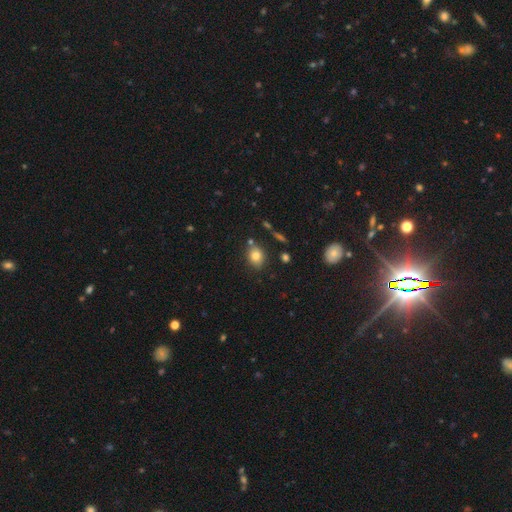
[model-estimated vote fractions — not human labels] A smooth galaxy with no disk features (79%) that is in between round and cigar-shaped (51%).

Vote fractions:
- Smooth or featured? smooth: 79% / star or artifact: 11% / featured or disk: 10%
- How rounded? in between: 51% / round: 48% / cigar-shaped: 1%
- Merging? none: 79% / minor disturbance: 12% / merger: 6% / major disturbance: 3%